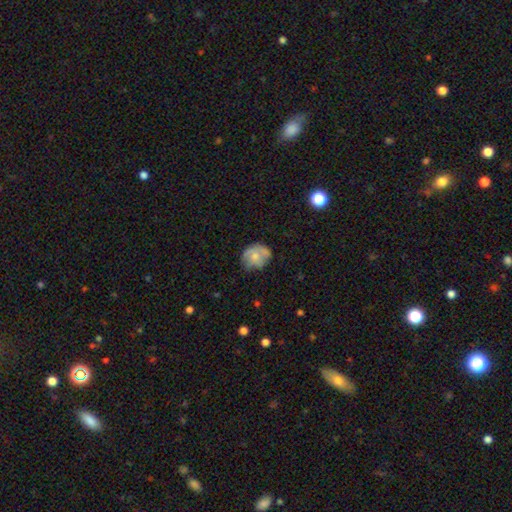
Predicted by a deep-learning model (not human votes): A smooth galaxy with no disk features (56%) that is round (61%). Merging: none (54%).